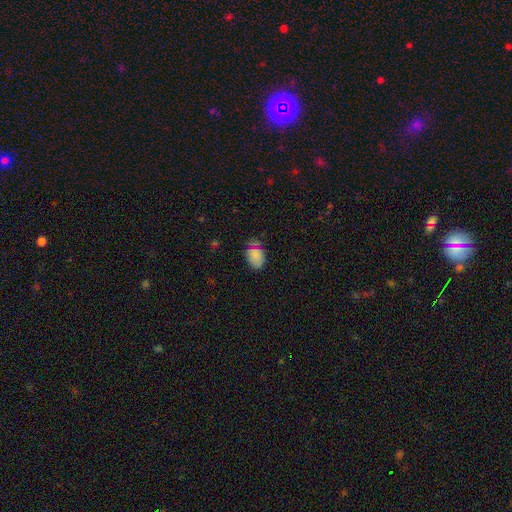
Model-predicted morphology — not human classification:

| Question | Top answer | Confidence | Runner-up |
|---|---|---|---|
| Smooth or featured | smooth | 77% | star or artifact (16%) |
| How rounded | in between | 79% | round (19%) |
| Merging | none | 71% | minor disturbance (20%) |